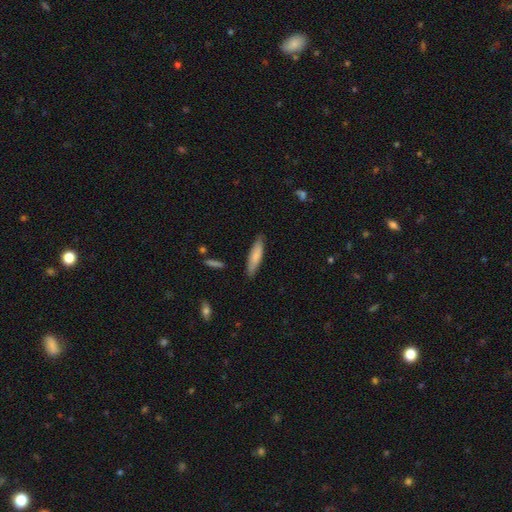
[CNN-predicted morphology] Smooth or featured? Predicted: smooth (p=0.78). How rounded? Predicted: cigar-shaped (p=0.76). Merging? Predicted: none (p=0.84).